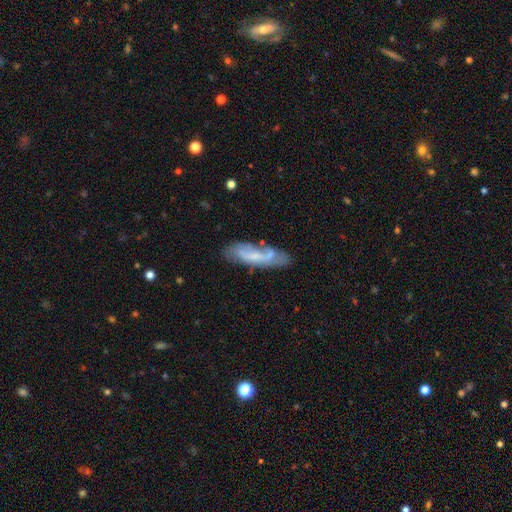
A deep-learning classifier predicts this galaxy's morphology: featured or disk 49%, smooth 43%, star or artifact 8%. Down the decision tree: merging — none (60%).